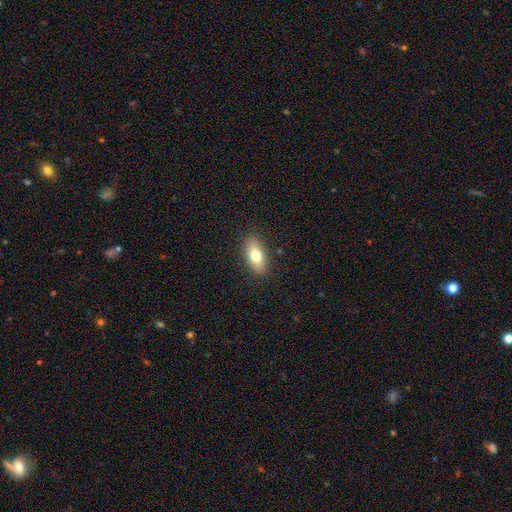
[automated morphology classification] smooth-or-featured: smooth: 75% | featured or disk: 18% | star or artifact: 7%
  how-rounded: in between: 84% | cigar-shaped: 12% | round: 5%
  merging: none: 88% | minor disturbance: 9% | major disturbance: 2% | merger: 1%